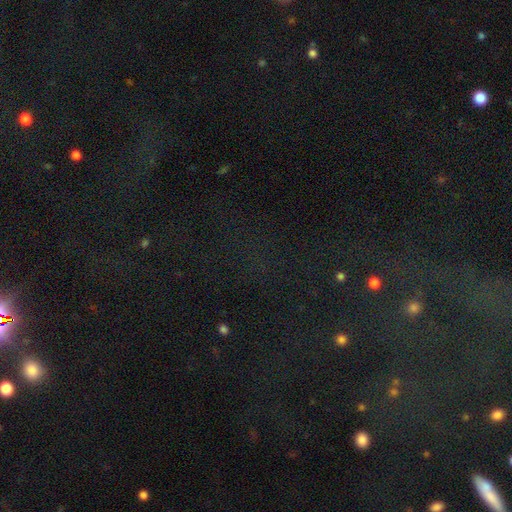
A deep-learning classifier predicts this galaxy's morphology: smooth-or-featured: star or artifact: 76% | smooth: 12% | featured or disk: 11%